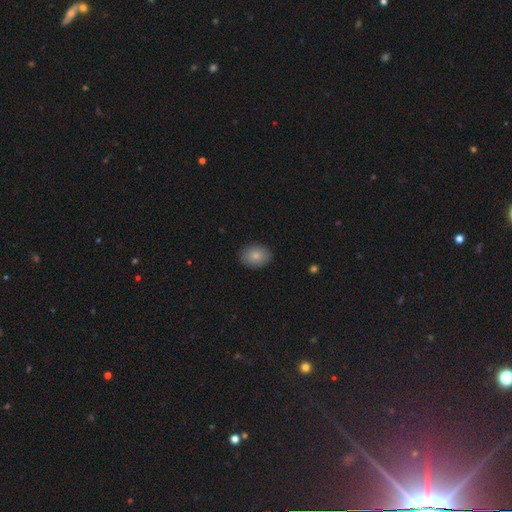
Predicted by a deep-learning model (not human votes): This appears to be a smooth galaxy with no disk features (82%) that is in between round and cigar-shaped (72%). Merging: none (88%).